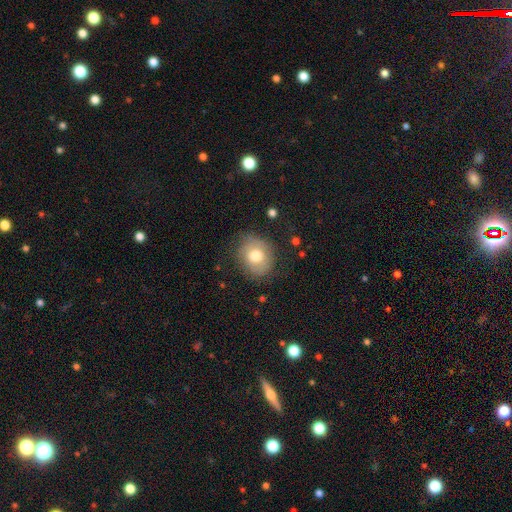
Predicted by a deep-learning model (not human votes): Smooth or featured? smooth (71%)
How rounded? round (64%)
Merging? none (71%)